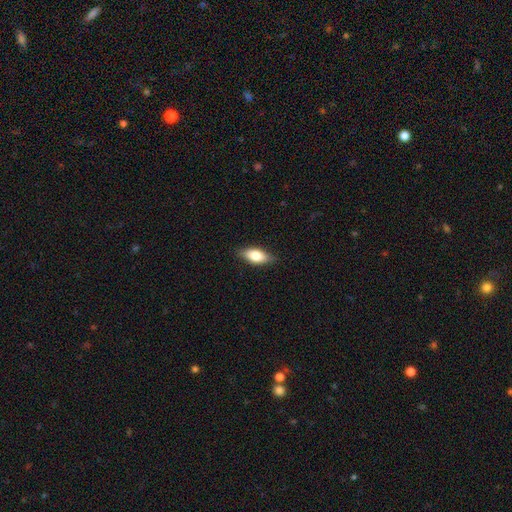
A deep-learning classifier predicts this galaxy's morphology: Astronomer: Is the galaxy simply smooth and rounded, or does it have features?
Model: smooth — 74%.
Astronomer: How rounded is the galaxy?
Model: in between — 83%.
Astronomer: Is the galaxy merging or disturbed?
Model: none — 83%.